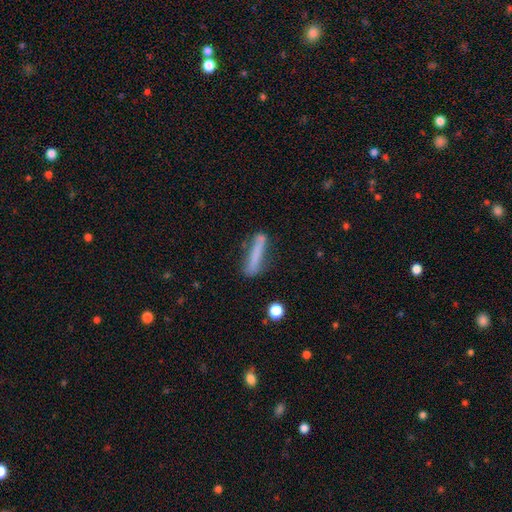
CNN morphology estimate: This appears to be a smooth galaxy with no disk features (70%) that is cigar-shaped (89%). Merging: none (66%).